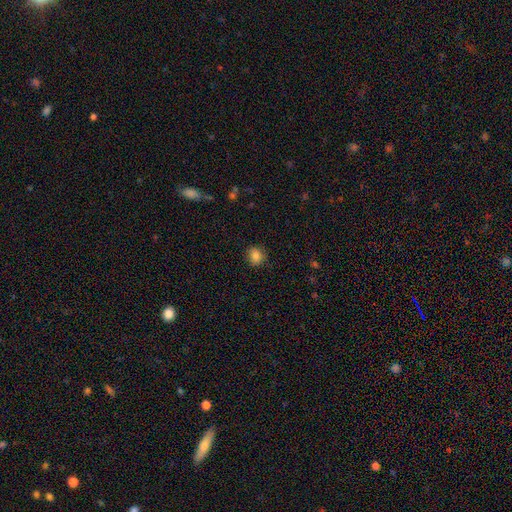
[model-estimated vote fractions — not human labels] smooth-or-featured: smooth: 84% | star or artifact: 11% | featured or disk: 5%
  how-rounded: round: 73% | in between: 26% | cigar-shaped: 1%
  merging: none: 88% | minor disturbance: 9% | major disturbance: 2% | merger: 1%